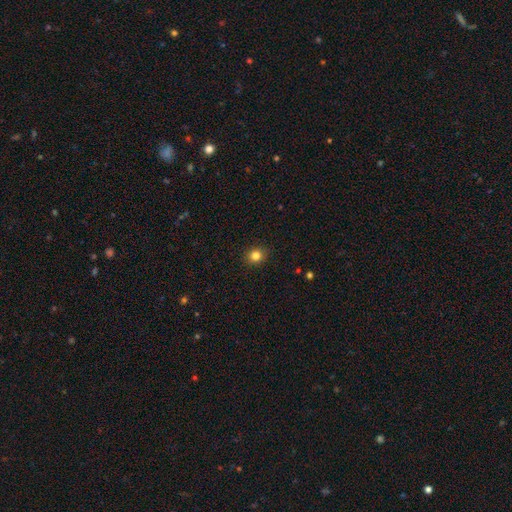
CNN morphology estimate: Smooth or featured: smooth — 82% (star or artifact — 12%)
How rounded: round — 76% (in between — 23%)
Merging: none — 91% (minor disturbance — 6%)